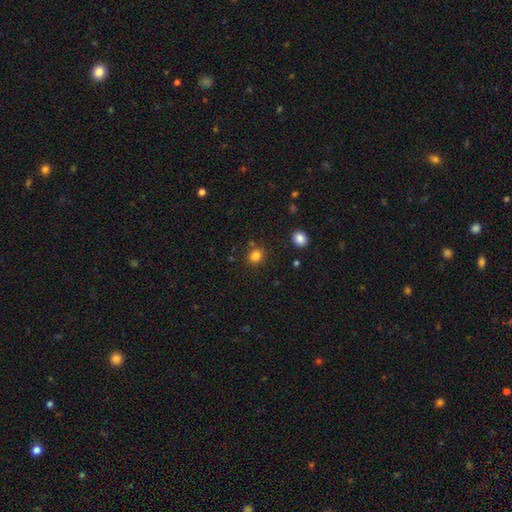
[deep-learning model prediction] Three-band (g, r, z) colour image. It shows a smooth galaxy with no disk features (83%) that is round (78%). Merging: none (82%).